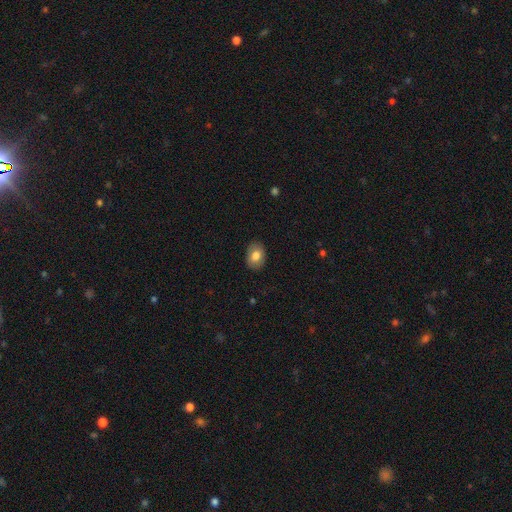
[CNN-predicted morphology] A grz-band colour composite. It shows a smooth galaxy with no disk features (80%) that is in between round and cigar-shaped (76%). Merging: none (86%).